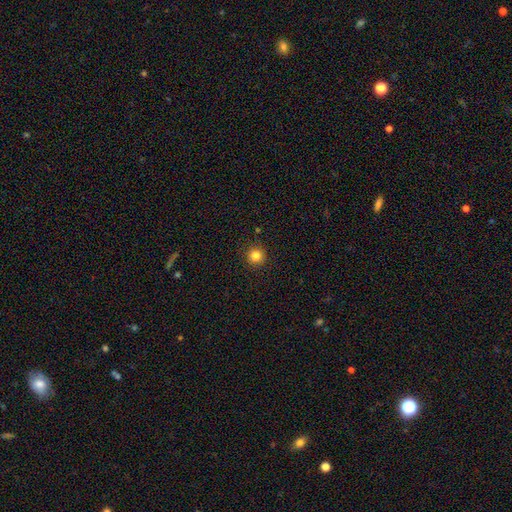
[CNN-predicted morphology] smooth 83%, star or artifact 12%, featured or disk 5%. Down the decision tree: how rounded — round (95%); merging — none (91%).